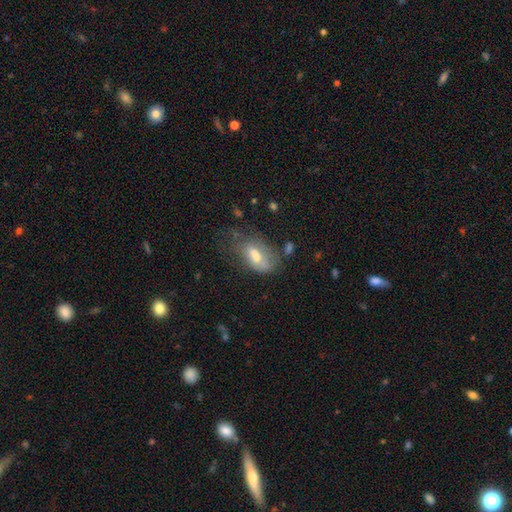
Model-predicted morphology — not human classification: The model was most divided on "merging": none: 39%, minor disturbance: 30%, major disturbance: 23%, merger: 8%. More confident: how rounded — in between (89%); smooth or featured — smooth (60%).